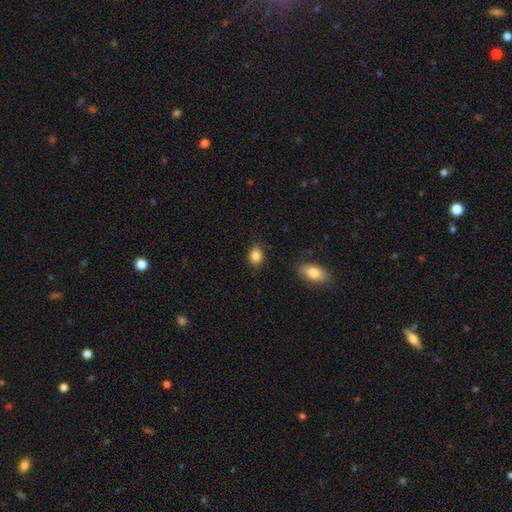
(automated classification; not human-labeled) smooth-or-featured: smooth: 86% | star or artifact: 9% | featured or disk: 5%
  how-rounded: in between: 52% | round: 47% | cigar-shaped: 1%
  merging: none: 81% | minor disturbance: 14% | major disturbance: 3% | merger: 2%